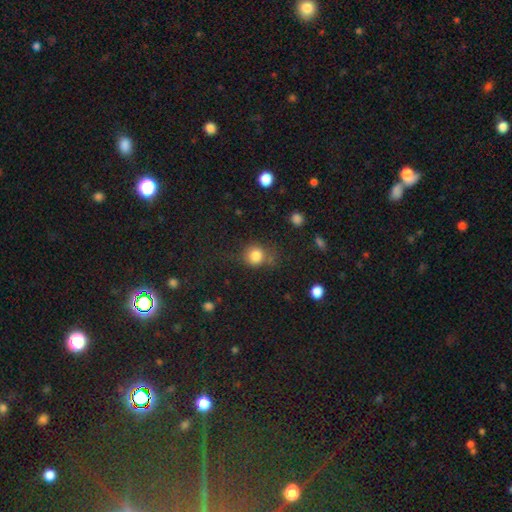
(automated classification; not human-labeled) Overall: smooth (82%). How rounded: round (84%). Merging: none (67%).